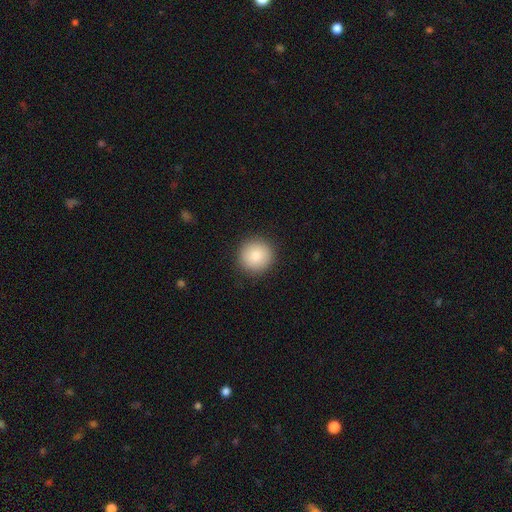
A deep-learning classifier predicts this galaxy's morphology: A smooth galaxy with no disk features (86%) that is round (94%). Merging: none (91%).